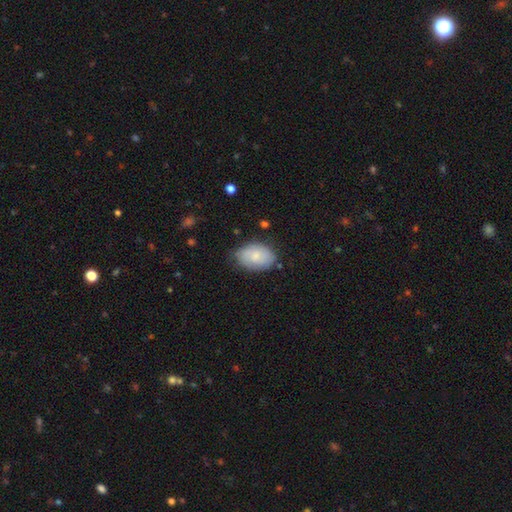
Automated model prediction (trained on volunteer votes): Overall: smooth (75%). How rounded: in between (85%). Merging: none (70%).